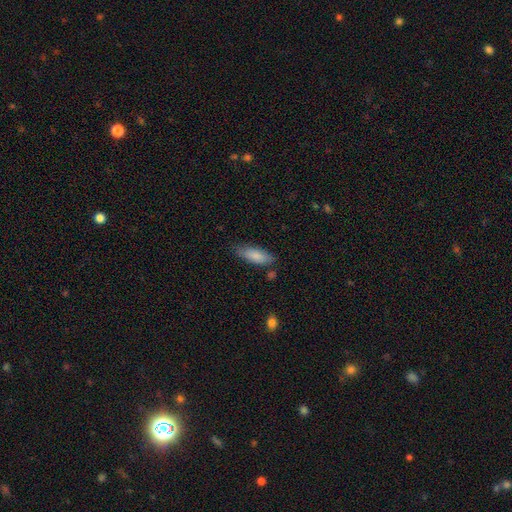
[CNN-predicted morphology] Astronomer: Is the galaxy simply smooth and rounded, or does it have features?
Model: smooth — 84%.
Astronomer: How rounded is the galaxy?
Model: in between — 68%.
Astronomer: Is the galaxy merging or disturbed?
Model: none — 75%.